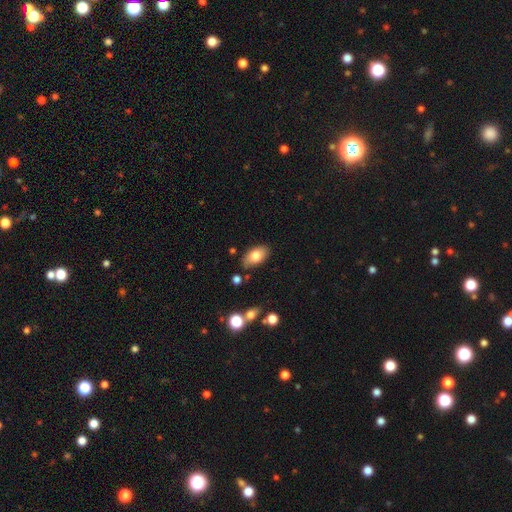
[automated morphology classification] smooth-or-featured: smooth: 78% | featured or disk: 14% | star or artifact: 8%
  how-rounded: in between: 93% | round: 5% | cigar-shaped: 2%
  merging: none: 82% | minor disturbance: 12% | merger: 3% | major disturbance: 3%